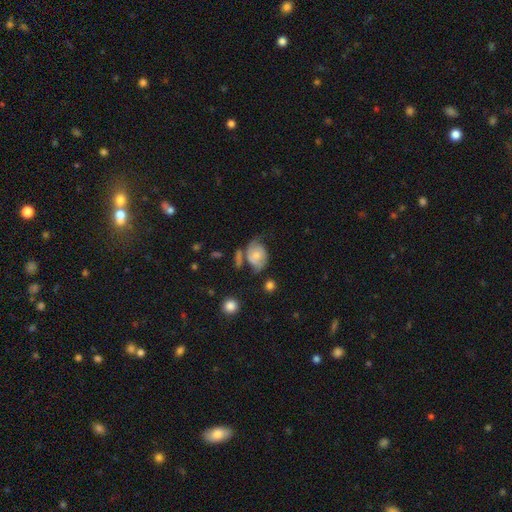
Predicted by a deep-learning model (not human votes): A smooth galaxy with no disk features (48%).

Vote fractions:
- Smooth or featured? smooth: 48% / featured or disk: 44% / star or artifact: 8%
- Merging? none: 33% / minor disturbance: 29% / major disturbance: 23% / merger: 14%